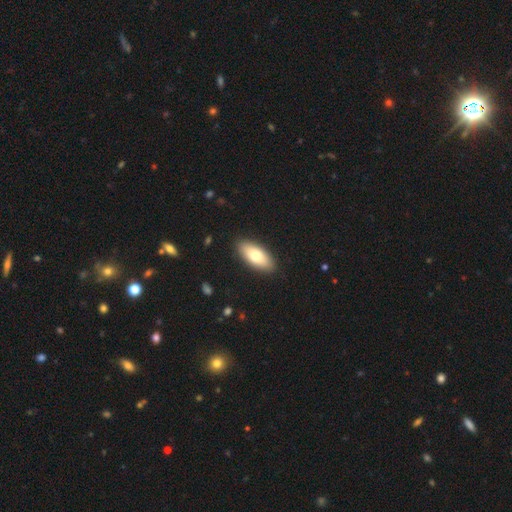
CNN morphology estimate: smooth_or_featured: smooth (p=0.72) [alt: featured or disk p=0.22]
how_rounded: in between (p=0.86) [alt: cigar-shaped p=0.11]
merging: none (p=0.90) [alt: minor disturbance p=0.07]